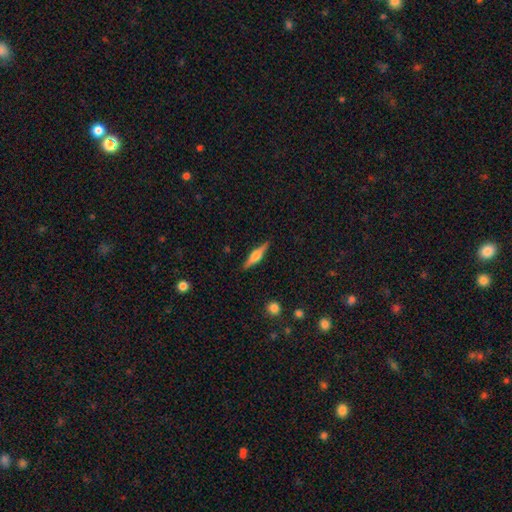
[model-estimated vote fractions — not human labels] smooth-or-featured: featured or disk: 64% | smooth: 30% | star or artifact: 6%
  disk-edge-on: yes: 97% | no: 3%
    edge-on-bulge: rounded: 86% | boxy: 11% | none: 3%
  merging: none: 89% | minor disturbance: 8% | major disturbance: 2% | merger: 1%